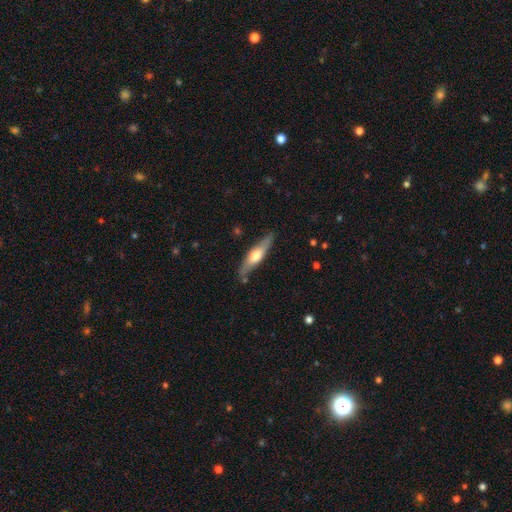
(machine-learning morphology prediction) Smooth or featured: featured or disk — 52% (smooth — 43%)
Edge-on disk: yes — 87% (no — 13%)
Merging: none — 82% (minor disturbance — 13%)